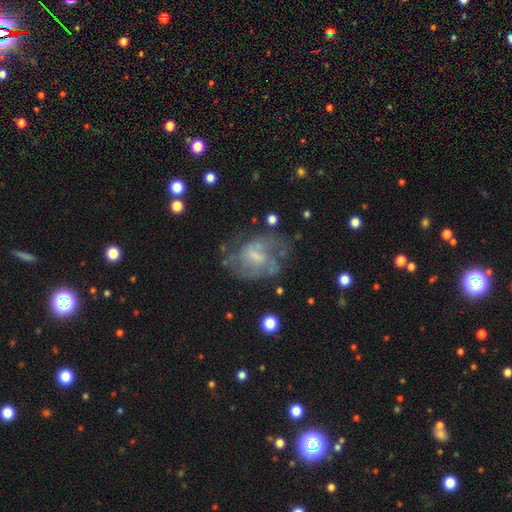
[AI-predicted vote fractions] This is likely a featured or disk galaxy (69%). It is clearly not viewed edge-on (97%). Bar: possibly weak (52%). Spiral arm pattern: likely yes (74%). Central bulge: marginally small (35%). Merging: possibly none (48%).